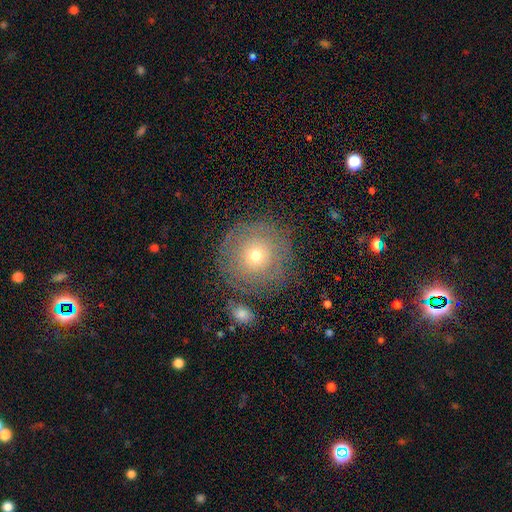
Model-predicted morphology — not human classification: The model was most divided on "smooth or featured": smooth: 57%, featured or disk: 30%, star or artifact: 12%. More confident: how rounded — round (94%); merging — none (82%).